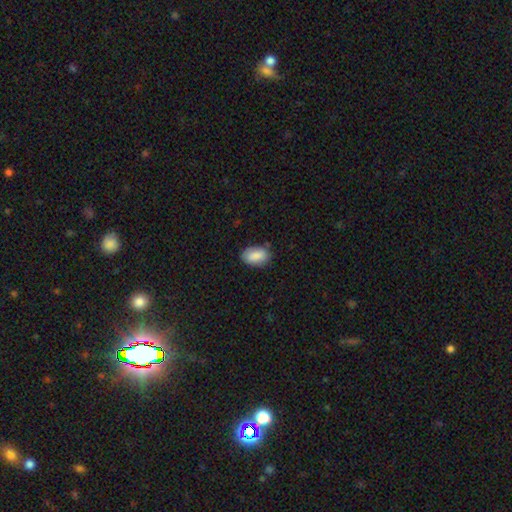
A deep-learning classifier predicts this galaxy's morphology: smooth 87%, star or artifact 7%, featured or disk 7%. Down the decision tree: how rounded — in between (92%); merging — none (78%).